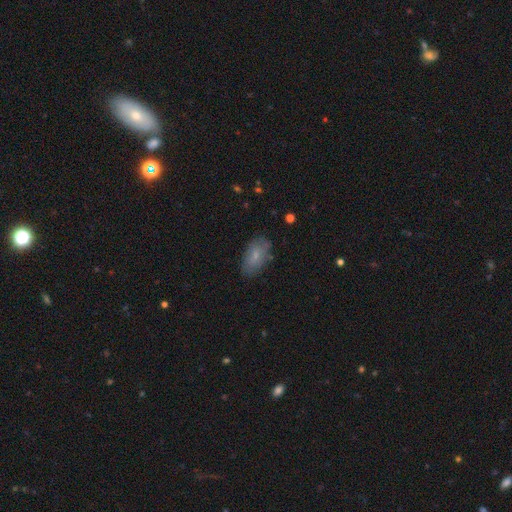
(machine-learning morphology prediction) Smooth or featured?
  - smooth: 70% *
  - featured or disk: 23%
  - star or artifact: 8%
How rounded?
  - in between: 92% *
  - round: 4%
  - cigar-shaped: 3%
Merging?
  - none: 74% *
  - minor disturbance: 19%
  - major disturbance: 5%
  - merger: 2%